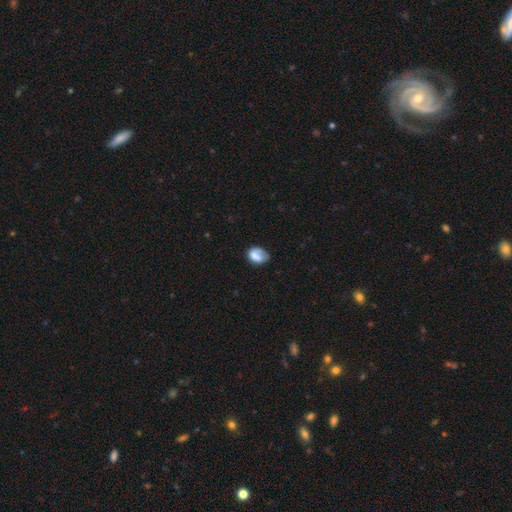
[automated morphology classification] This is likely a smooth galaxy (71%). How rounded: likely in between (71%). Merging: marginally none (44%).